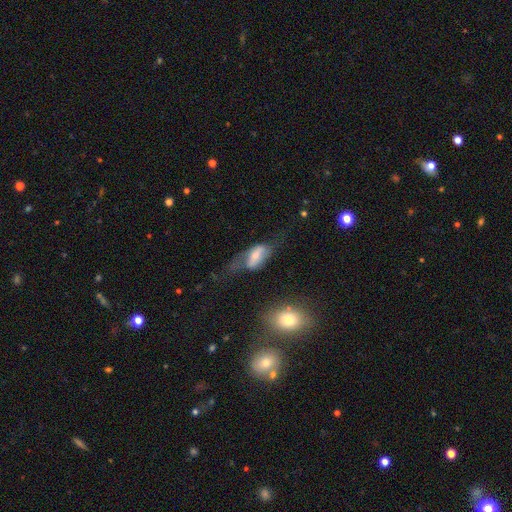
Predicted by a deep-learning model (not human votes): Smooth or featured: featured or disk — 50% (smooth — 42%)
Merging: major disturbance — 36% (none — 35%)